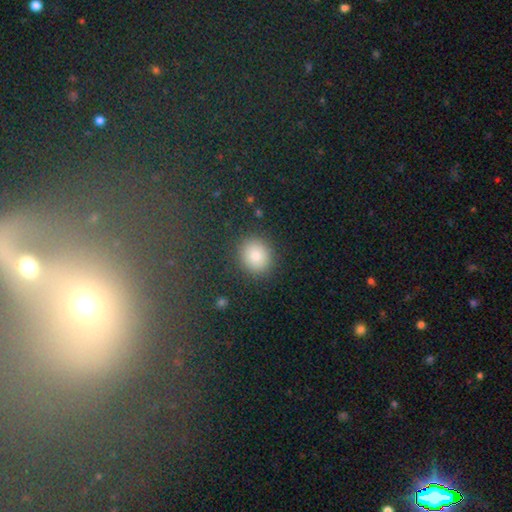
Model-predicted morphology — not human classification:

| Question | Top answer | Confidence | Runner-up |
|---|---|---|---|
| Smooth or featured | smooth | 82% | star or artifact (11%) |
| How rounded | round | 77% | in between (22%) |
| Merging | none | 87% | minor disturbance (8%) |